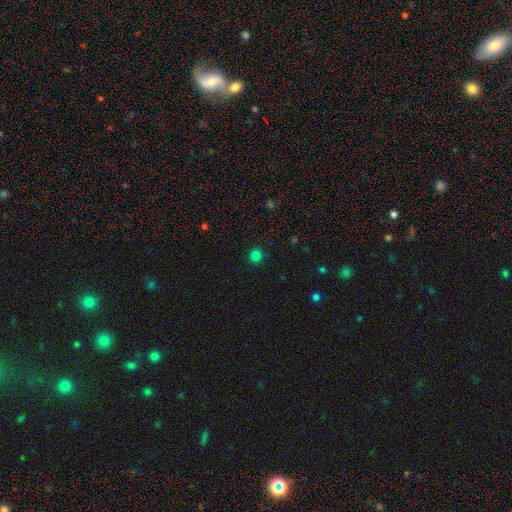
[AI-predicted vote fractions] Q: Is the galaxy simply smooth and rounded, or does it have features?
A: smooth — 80%.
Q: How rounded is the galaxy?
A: round — 92%.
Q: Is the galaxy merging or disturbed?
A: none — 92%.